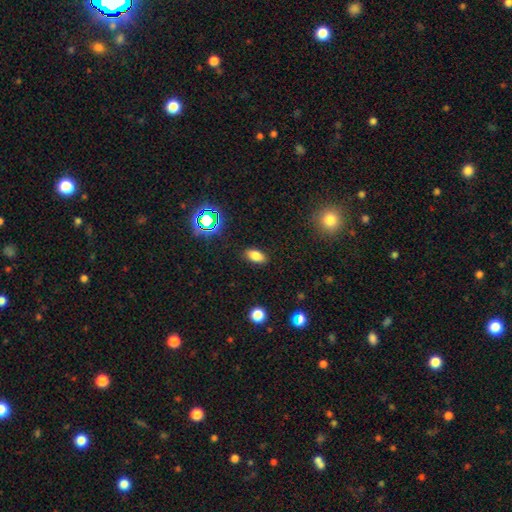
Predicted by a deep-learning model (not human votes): Smooth or featured?
  - smooth: 78% *
  - star or artifact: 15%
  - featured or disk: 7%
How rounded?
  - in between: 89% *
  - round: 6%
  - cigar-shaped: 5%
Merging?
  - none: 88% *
  - minor disturbance: 9%
  - major disturbance: 3%
  - merger: 1%